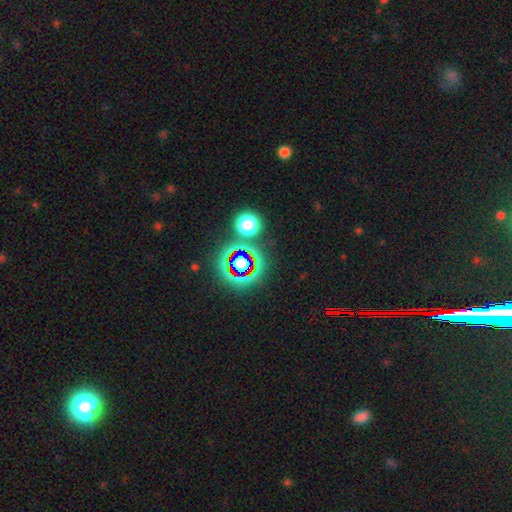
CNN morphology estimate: Smooth or featured?
  - star or artifact: 68% *
  - smooth: 18%
  - featured or disk: 14%